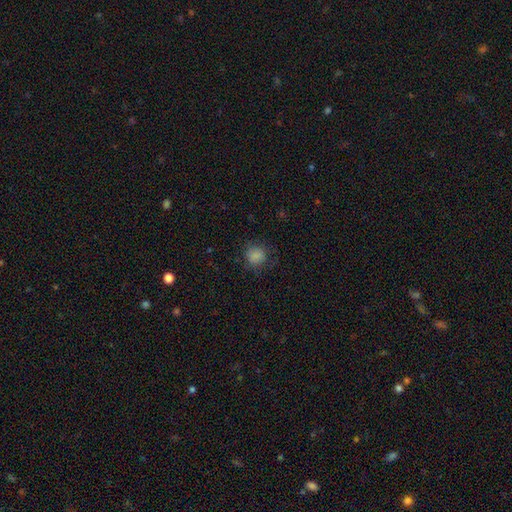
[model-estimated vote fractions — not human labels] Smooth or featured: smooth — 85% (star or artifact — 10%)
How rounded: round — 86% (in between — 13%)
Merging: none — 78% (minor disturbance — 14%)